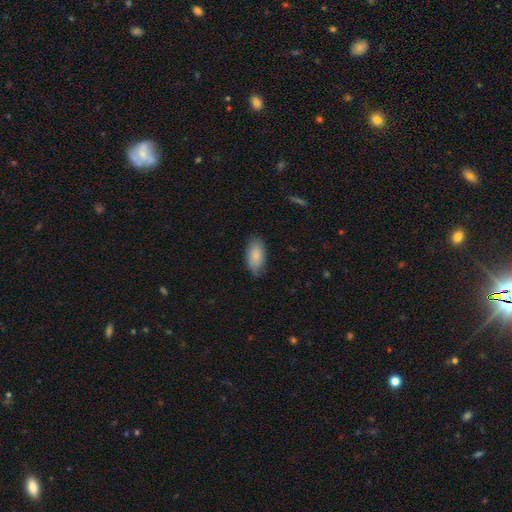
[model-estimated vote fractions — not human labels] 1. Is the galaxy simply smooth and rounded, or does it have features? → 82% smooth, 12% featured or disk, 6% star or artifact.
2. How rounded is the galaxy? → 94% in between, 3% cigar-shaped, 3% round.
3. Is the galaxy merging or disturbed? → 73% none, 22% minor disturbance, 4% major disturbance, 1% merger.